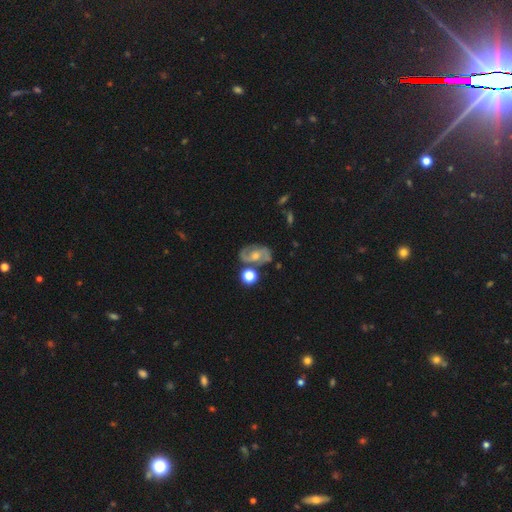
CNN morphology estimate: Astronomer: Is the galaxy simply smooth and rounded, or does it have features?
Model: featured or disk — 77%.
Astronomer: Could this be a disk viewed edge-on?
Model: no — 97%.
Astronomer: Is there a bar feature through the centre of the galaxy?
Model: no — 51% (runner-up: weak, 39%).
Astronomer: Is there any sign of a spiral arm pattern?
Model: yes — 92%.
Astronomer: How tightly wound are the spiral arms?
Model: medium — 54%.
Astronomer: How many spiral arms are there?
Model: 2 — 90%.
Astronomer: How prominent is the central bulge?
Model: moderate — 60%.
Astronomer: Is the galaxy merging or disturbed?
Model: none — 70%.